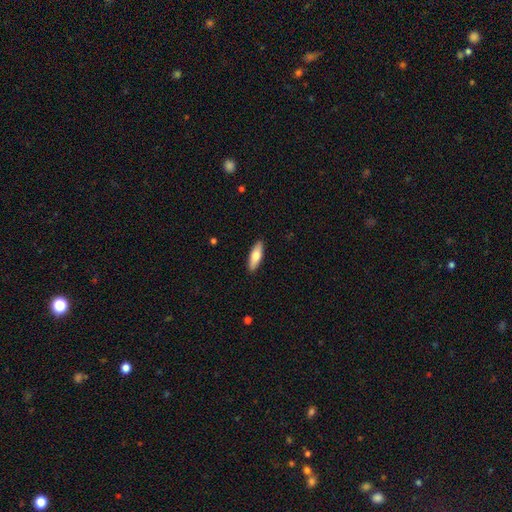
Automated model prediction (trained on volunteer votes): This is likely a smooth galaxy (74%). How rounded: possibly in between (59%). Merging: clearly none (90%).